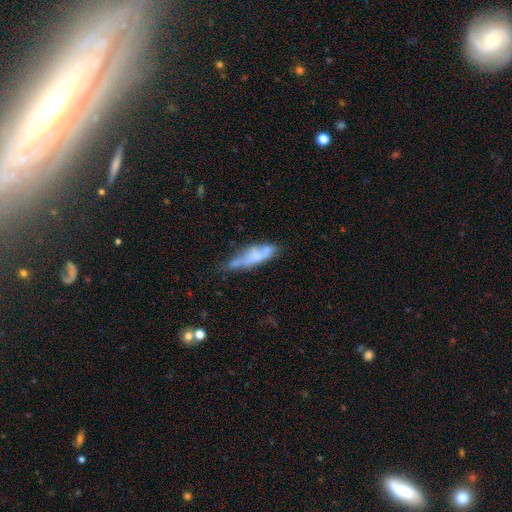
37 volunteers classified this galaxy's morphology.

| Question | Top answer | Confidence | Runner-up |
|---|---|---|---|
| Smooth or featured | featured or disk | 51% | smooth (49%) |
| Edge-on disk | yes | 58% | no (42%) |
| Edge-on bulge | rounded | 45% | boxy (27%) |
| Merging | none | 65% | minor disturbance (19%) |